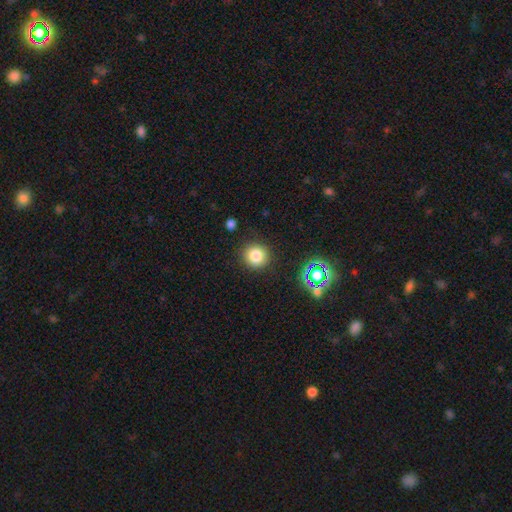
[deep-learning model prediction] Smooth or featured?
  - smooth: 81% *
  - star or artifact: 13%
  - featured or disk: 6%
How rounded?
  - round: 92% *
  - in between: 7%
  - cigar-shaped: 1%
Merging?
  - none: 89% *
  - minor disturbance: 7%
  - major disturbance: 3%
  - merger: 2%